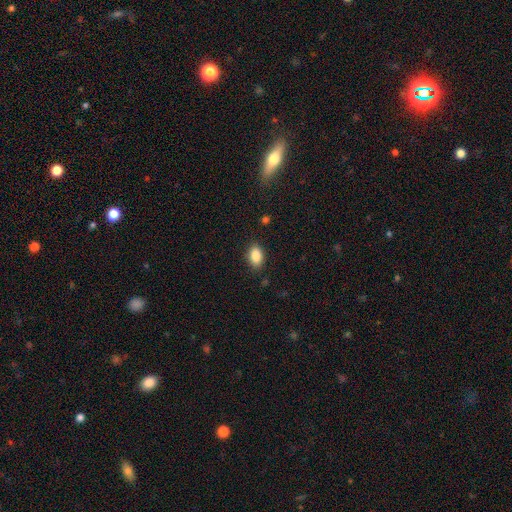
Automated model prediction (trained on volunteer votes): smooth 87%, star or artifact 8%, featured or disk 5%. Down the decision tree: how rounded — in between (88%); merging — none (86%).